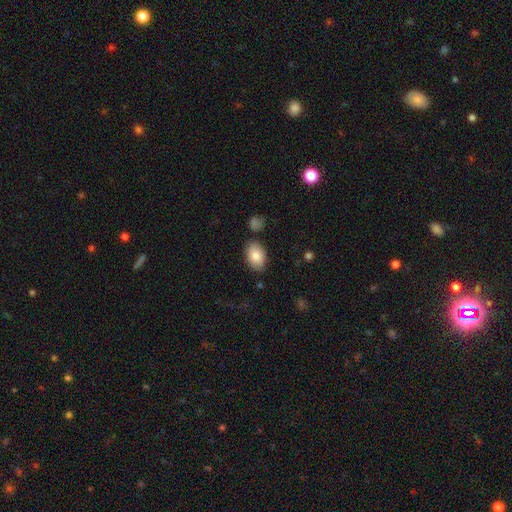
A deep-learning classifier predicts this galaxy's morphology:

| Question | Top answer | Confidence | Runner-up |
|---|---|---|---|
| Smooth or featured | smooth | 85% | featured or disk (9%) |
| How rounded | in between | 90% | round (8%) |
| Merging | none | 81% | minor disturbance (12%) |